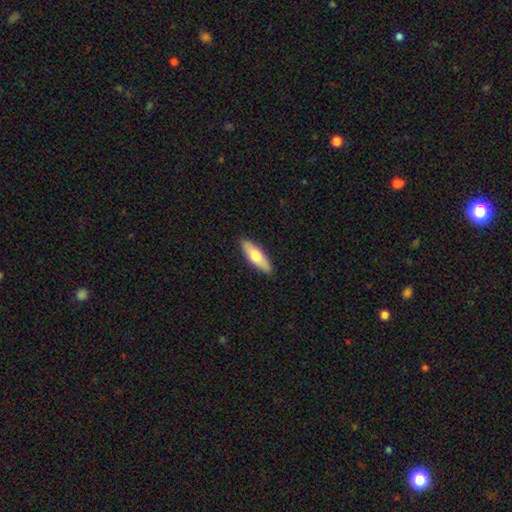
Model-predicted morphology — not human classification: The model was most divided on "how rounded": in between: 50%, cigar-shaped: 48%, round: 2%. More confident: merging — none (89%); smooth or featured — smooth (66%).